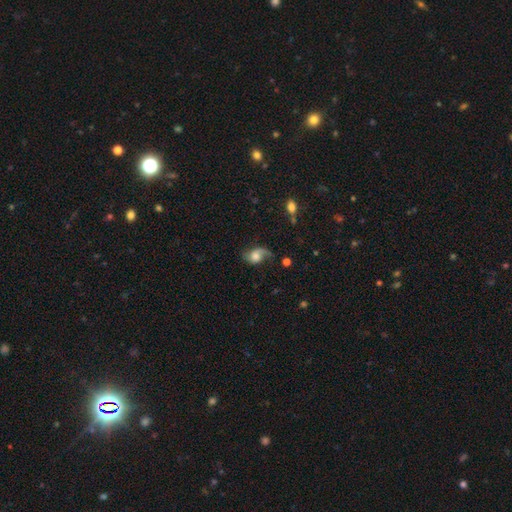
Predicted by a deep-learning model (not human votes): smooth_or_featured: featured or disk (p=0.55) [alt: smooth p=0.35]
disk_edge_on: no (p=0.96) [alt: yes p=0.04]
bar: no (p=0.69) [alt: weak p=0.26]
has_spiral_arms: yes (p=0.91) [alt: no p=0.09]
bulge_size: large (p=0.35) [alt: moderate p=0.33]
merging: none (p=0.48) [alt: minor disturbance p=0.27]